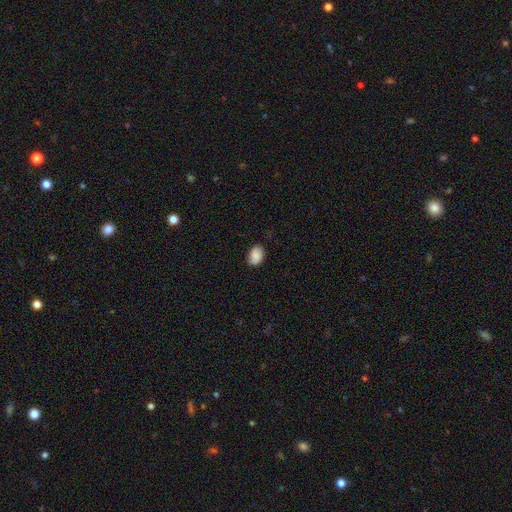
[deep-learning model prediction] This appears to be a smooth galaxy with no disk features (87%) that is in between round and cigar-shaped (80%). Merging: none (82%).